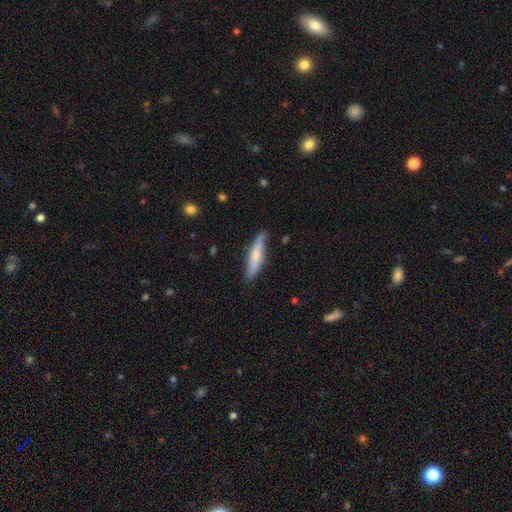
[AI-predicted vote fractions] This appears to be a smooth galaxy with no disk features (63%) that is cigar-shaped (84%). Merging: none (80%).